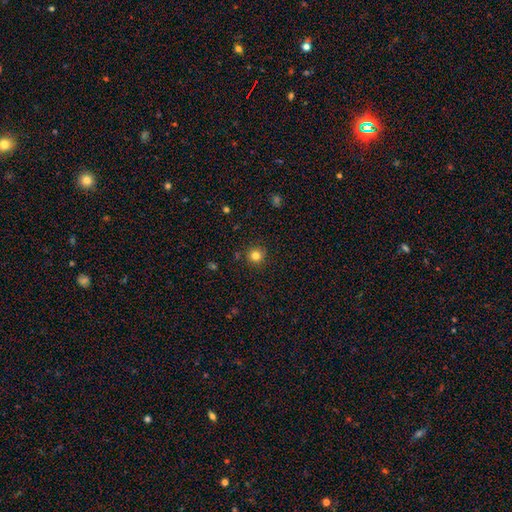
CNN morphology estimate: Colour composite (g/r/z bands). It shows a smooth galaxy with no disk features (81%) that is round (94%). Merging: none (89%).